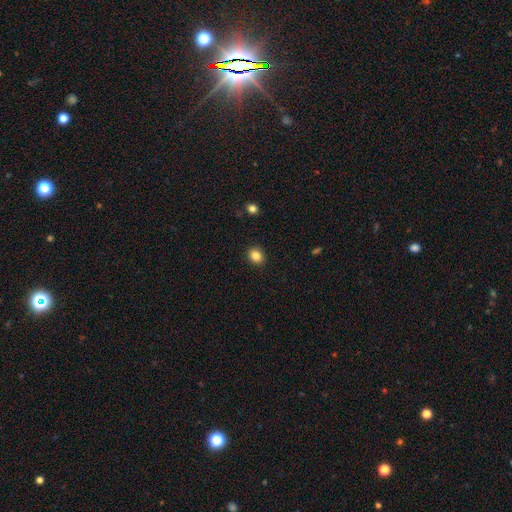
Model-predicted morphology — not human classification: type=smooth (85%); roundness=round (70%); merging=none (91%).